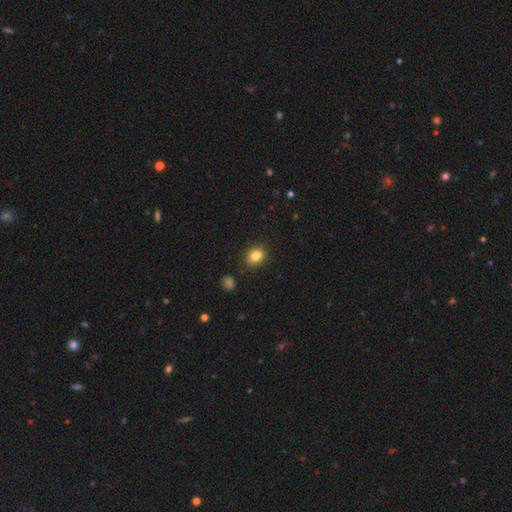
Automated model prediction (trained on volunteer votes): Morphology: type=smooth (84%); roundness=round (58%); merging=none (87%).